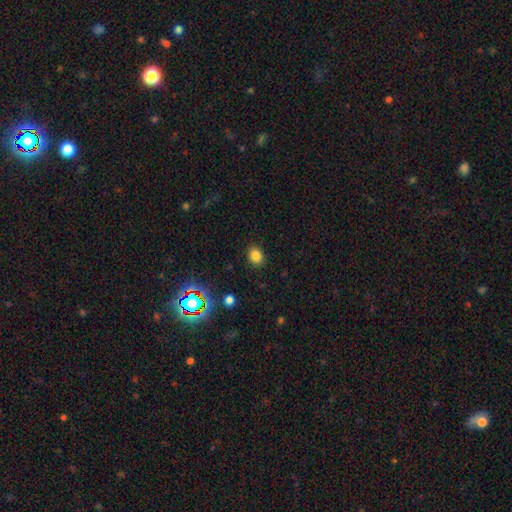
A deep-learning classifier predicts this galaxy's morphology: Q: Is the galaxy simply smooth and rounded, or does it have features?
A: smooth — 82%.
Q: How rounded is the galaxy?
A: in between — 50%.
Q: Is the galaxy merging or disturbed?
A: none — 89%.